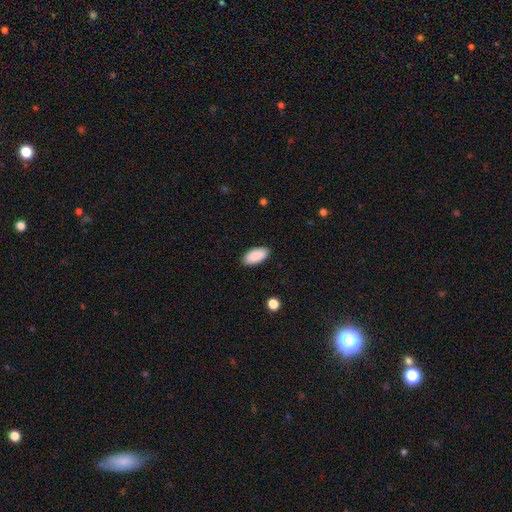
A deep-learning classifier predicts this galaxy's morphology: smooth_or_featured: smooth (p=0.89) [alt: star or artifact p=0.06]
how_rounded: in between (p=0.94) [alt: cigar-shaped p=0.05]
merging: none (p=0.88) [alt: minor disturbance p=0.09]